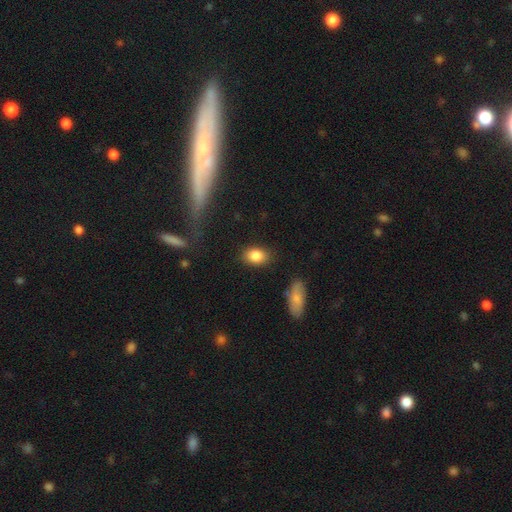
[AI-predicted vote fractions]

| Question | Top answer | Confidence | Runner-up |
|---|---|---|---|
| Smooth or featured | smooth | 85% | star or artifact (8%) |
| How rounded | in between | 80% | round (18%) |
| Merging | none | 85% | minor disturbance (11%) |